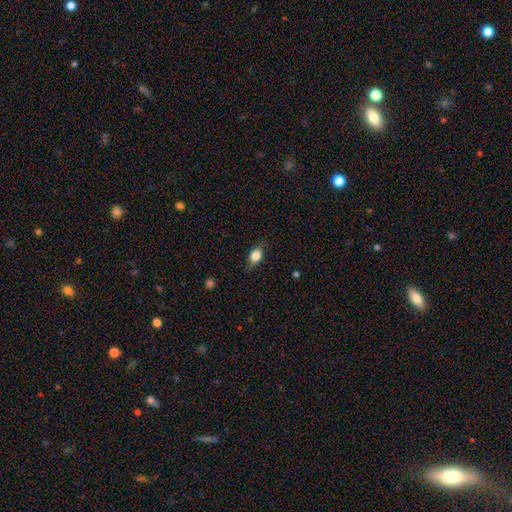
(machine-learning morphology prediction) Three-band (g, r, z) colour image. It shows a smooth galaxy with no disk features (77%) that is in between round and cigar-shaped (74%). Merging: none (78%).